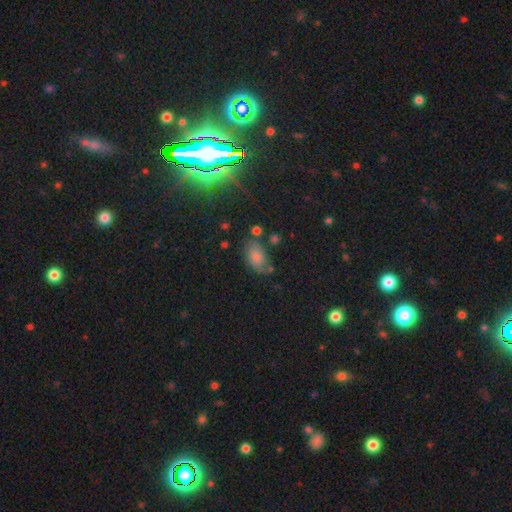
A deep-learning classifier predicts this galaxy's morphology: smooth-or-featured: smooth: 59% | star or artifact: 26% | featured or disk: 15%
  how-rounded: in between: 88% | round: 10% | cigar-shaped: 2%
  merging: none: 62% | minor disturbance: 23% | major disturbance: 8% | merger: 7%